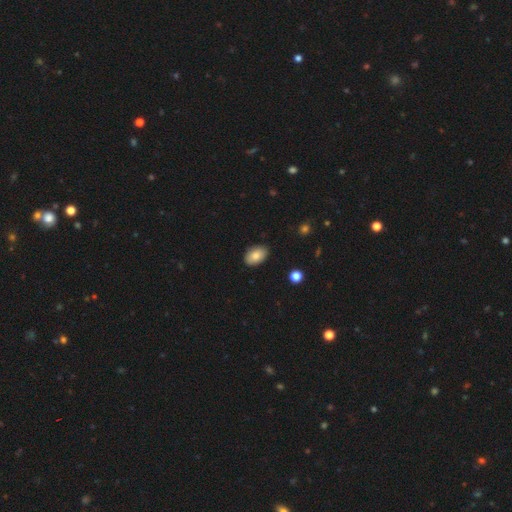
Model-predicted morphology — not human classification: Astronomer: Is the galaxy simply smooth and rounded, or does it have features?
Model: smooth — 84%.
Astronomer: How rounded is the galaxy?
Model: in between — 90%.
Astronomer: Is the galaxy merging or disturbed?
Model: none — 87%.